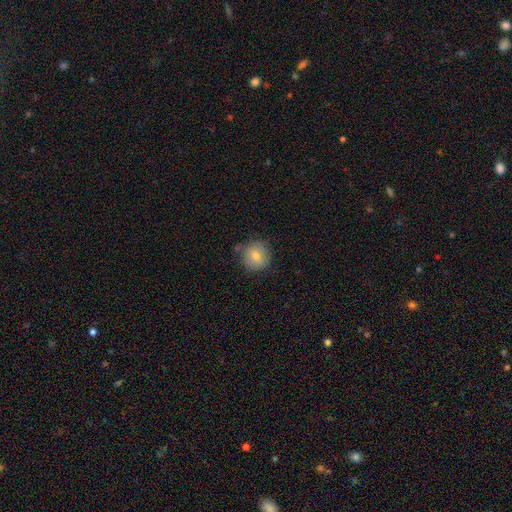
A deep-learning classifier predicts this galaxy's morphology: smooth_or_featured: smooth (p=0.75) [alt: featured or disk p=0.14]
how_rounded: round (p=0.92) [alt: in between p=0.07]
merging: none (p=0.81) [alt: minor disturbance p=0.12]